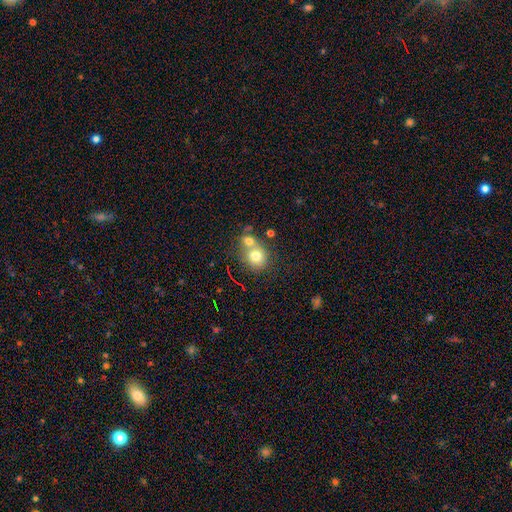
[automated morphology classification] A smooth galaxy with no disk features (73%) that is round (75%). Merging: merger (50%).